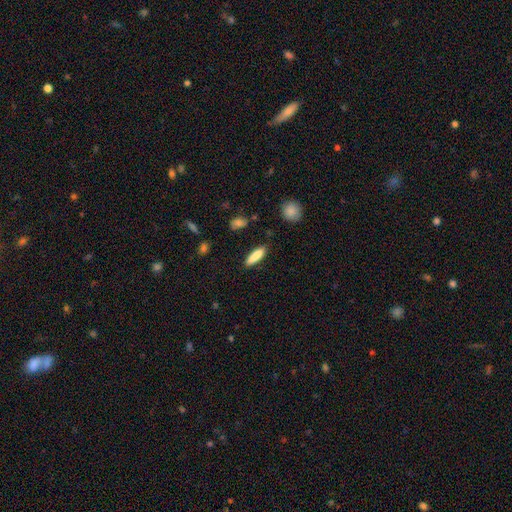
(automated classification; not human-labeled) Smooth or featured? Predicted: smooth (p=0.85). How rounded? Predicted: cigar-shaped (p=0.66). Merging? Predicted: none (p=0.86).